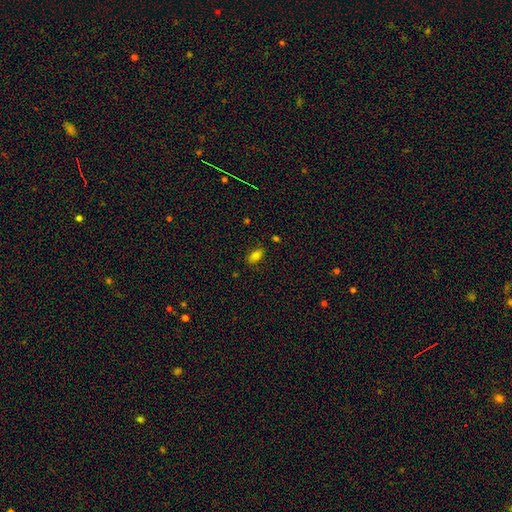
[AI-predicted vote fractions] Smooth or featured: smooth — 78% (star or artifact — 13%)
How rounded: in between — 88% (round — 7%)
Merging: none — 82% (minor disturbance — 13%)